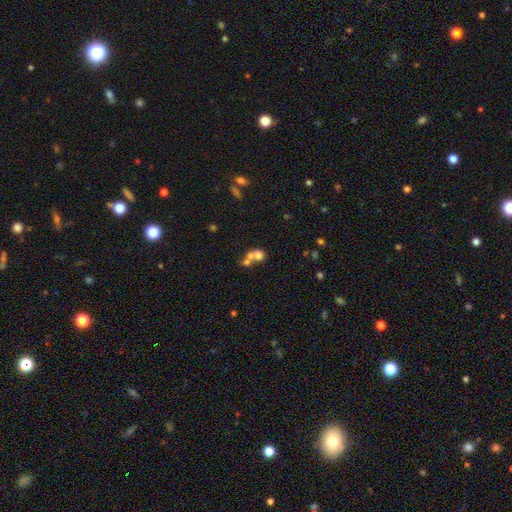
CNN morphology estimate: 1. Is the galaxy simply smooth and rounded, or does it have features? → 62% smooth, 23% featured or disk, 15% star or artifact.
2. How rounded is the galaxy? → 72% round, 27% in between, 1% cigar-shaped.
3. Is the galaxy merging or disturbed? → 62% merger, 27% none, 6% minor disturbance, 5% major disturbance.